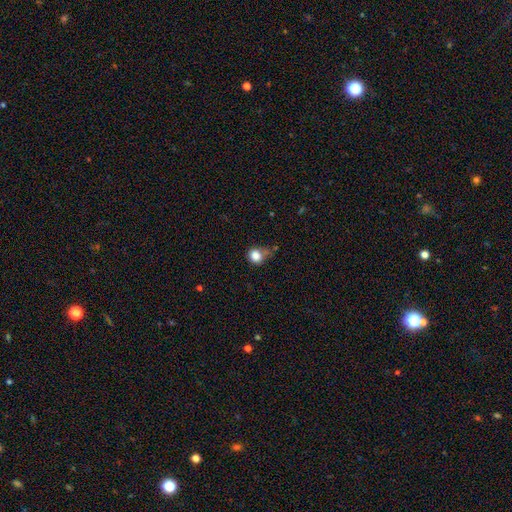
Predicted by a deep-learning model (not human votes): A smooth galaxy with no disk features (84%) that is round (78%).

Vote fractions:
- Smooth or featured? smooth: 84% / star or artifact: 11% / featured or disk: 6%
- How rounded? round: 78% / in between: 21% / cigar-shaped: 1%
- Merging? none: 53% / minor disturbance: 26% / major disturbance: 11% / merger: 10%